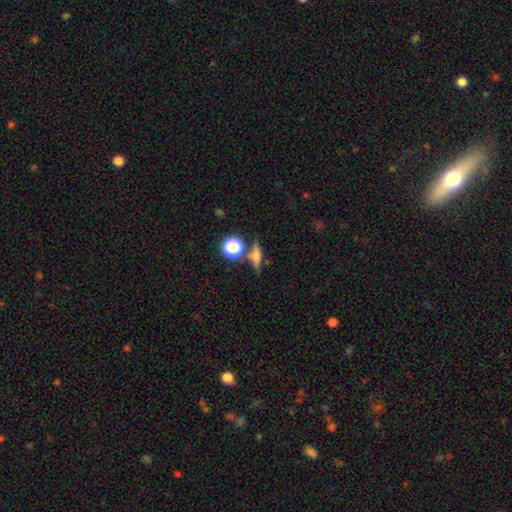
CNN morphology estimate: Smooth or featured? Predicted: smooth (p=0.51). How rounded? Predicted: cigar-shaped (p=0.50). Merging? Predicted: none (p=0.70).